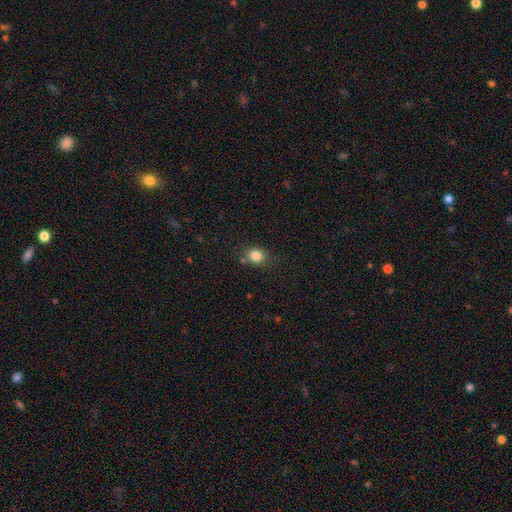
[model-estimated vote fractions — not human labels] Smooth or featured? smooth (83%)
How rounded? round (71%)
Merging? none (75%)